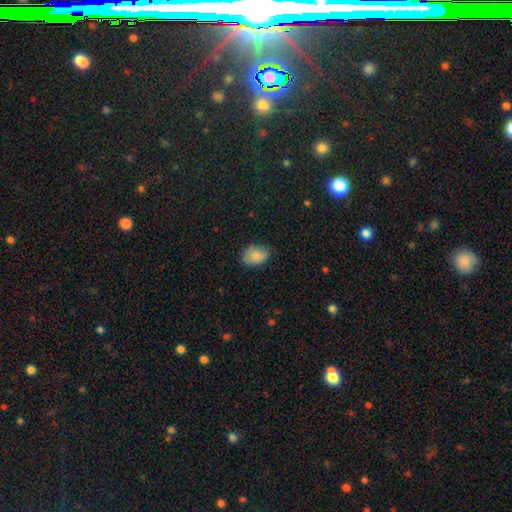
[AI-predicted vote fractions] Smooth or featured?
  - smooth: 85% *
  - star or artifact: 8%
  - featured or disk: 7%
How rounded?
  - in between: 81% *
  - round: 18%
  - cigar-shaped: 1%
Merging?
  - none: 76% *
  - minor disturbance: 19%
  - major disturbance: 4%
  - merger: 1%